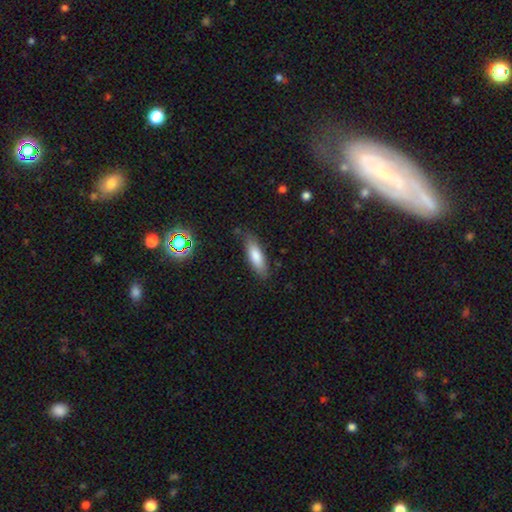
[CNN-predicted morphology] type=smooth (78%); roundness=in between (51%); merging=none (80%).